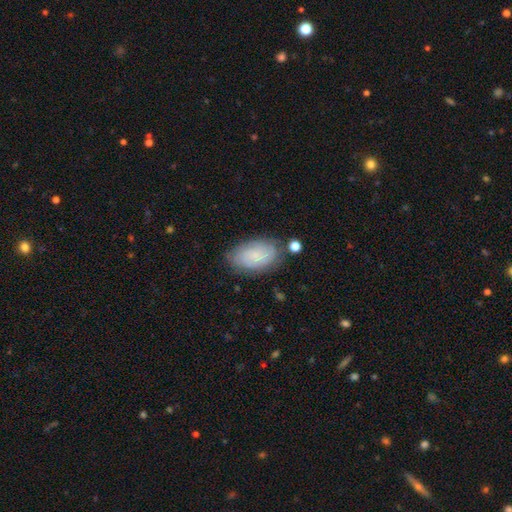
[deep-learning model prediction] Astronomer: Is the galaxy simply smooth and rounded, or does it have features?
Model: smooth — 64%.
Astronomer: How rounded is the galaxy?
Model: in between — 92%.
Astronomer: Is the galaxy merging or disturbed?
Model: none — 73%.